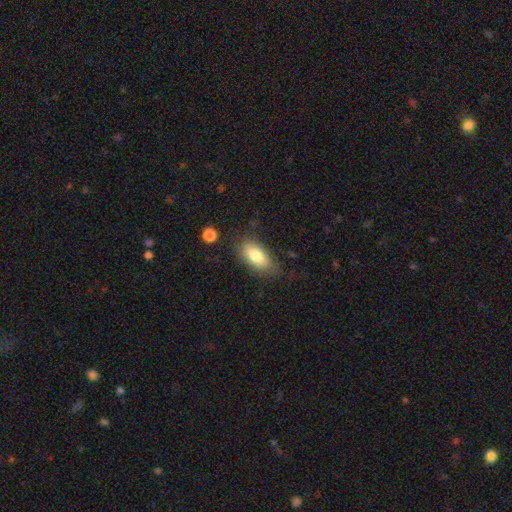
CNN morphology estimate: This appears to be a smooth galaxy with no disk features (80%) that is in between round and cigar-shaped (88%). Merging: none (75%).